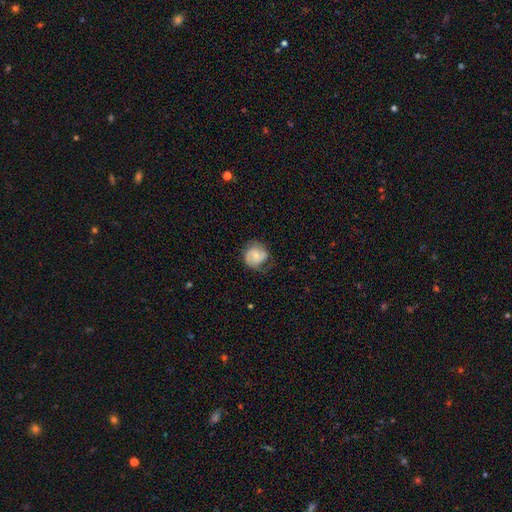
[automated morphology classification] smooth-or-featured: featured or disk: 53% | smooth: 40% | star or artifact: 7%
  disk-edge-on: no: 98% | yes: 2%
    bar: no: 69% | weak: 26% | strong: 6%
    has-spiral-arms: yes: 84% | no: 16%
    bulge-size: small: 51% | moderate: 42% | none: 3% | large: 2% | dominant: 1%
  merging: none: 58% | minor disturbance: 27% | major disturbance: 13% | merger: 1%